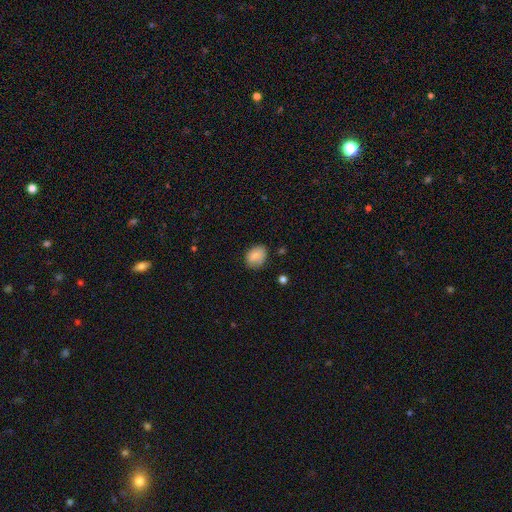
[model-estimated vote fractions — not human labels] A smooth galaxy with no disk features (83%) that is in between round and cigar-shaped (62%).

Vote fractions:
- Smooth or featured? smooth: 83% / featured or disk: 9% / star or artifact: 8%
- How rounded? in between: 62% / round: 37% / cigar-shaped: 1%
- Merging? none: 77% / minor disturbance: 18% / major disturbance: 3% / merger: 2%